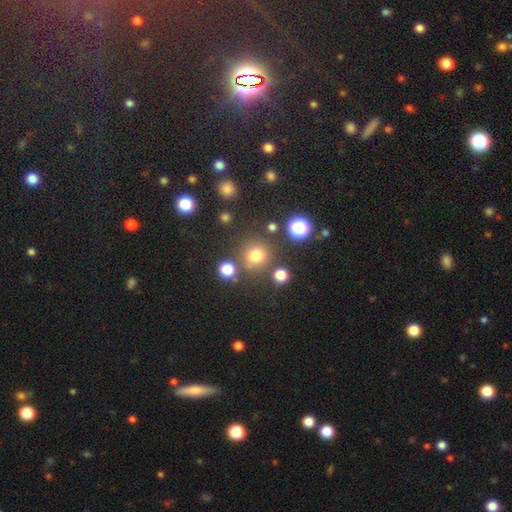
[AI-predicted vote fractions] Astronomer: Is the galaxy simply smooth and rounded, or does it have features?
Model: smooth — 73%.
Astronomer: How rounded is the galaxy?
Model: round — 90%.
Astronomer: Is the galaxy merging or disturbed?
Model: none — 78%.